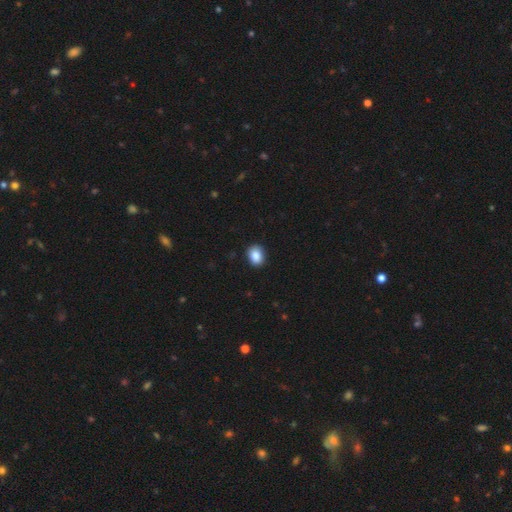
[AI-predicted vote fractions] Q: Smooth or featured?
A: smooth (88%); runner-up: star or artifact (8%)
Q: How rounded?
A: in between (59%); runner-up: round (40%)
Q: Merging?
A: none (88%); runner-up: minor disturbance (9%)